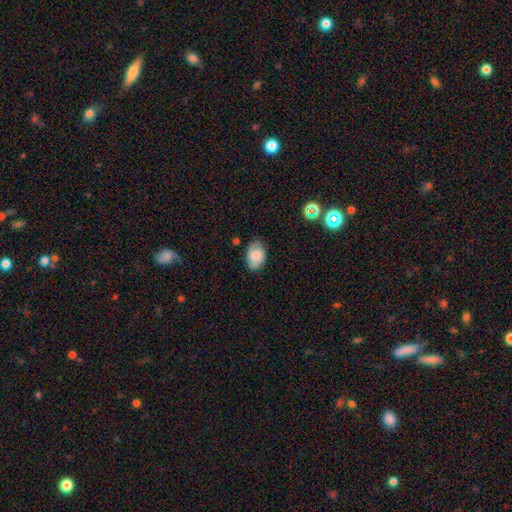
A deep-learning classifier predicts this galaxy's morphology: A smooth galaxy with no disk features (70%) that is in between round and cigar-shaped (86%).

Vote fractions:
- Smooth or featured? smooth: 70% / featured or disk: 21% / star or artifact: 9%
- How rounded? in between: 86% / round: 13% / cigar-shaped: 1%
- Merging? none: 74% / minor disturbance: 20% / major disturbance: 4% / merger: 1%